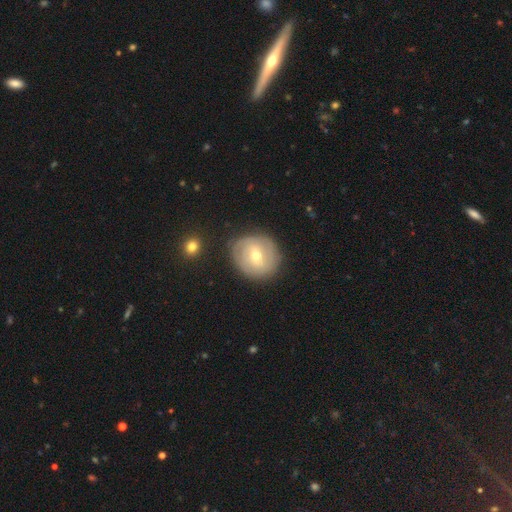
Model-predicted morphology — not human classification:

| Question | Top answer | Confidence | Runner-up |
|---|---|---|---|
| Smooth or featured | featured or disk | 61% | smooth (32%) |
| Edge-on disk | no | 97% | yes (3%) |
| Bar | weak | 51% | no (36%) |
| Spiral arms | yes | 74% | no (26%) |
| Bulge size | moderate | 62% | small (34%) |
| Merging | none | 80% | minor disturbance (14%) |